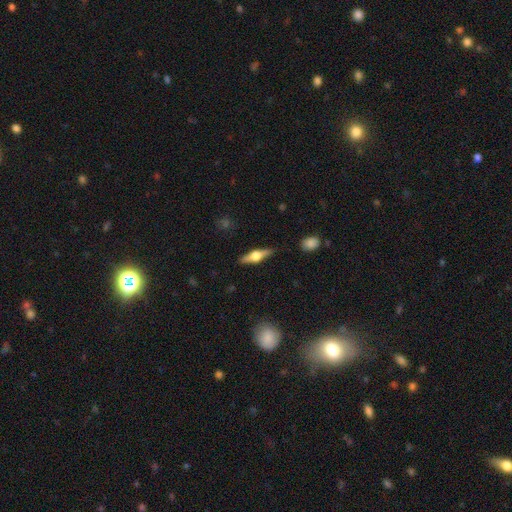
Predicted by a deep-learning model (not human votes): smooth_or_featured: featured or disk (p=0.64) [alt: smooth p=0.30]
disk_edge_on: yes (p=0.96) [alt: no p=0.04]
edge_on_bulge: rounded (p=0.93) [alt: boxy p=0.05]
merging: none (p=0.87) [alt: minor disturbance p=0.10]